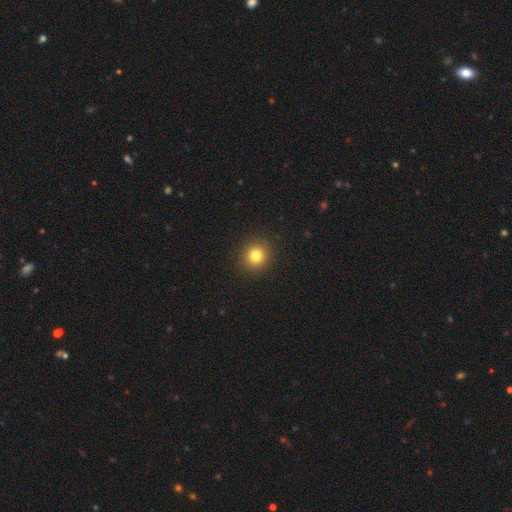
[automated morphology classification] type=smooth (81%); roundness=round (92%); merging=none (92%).